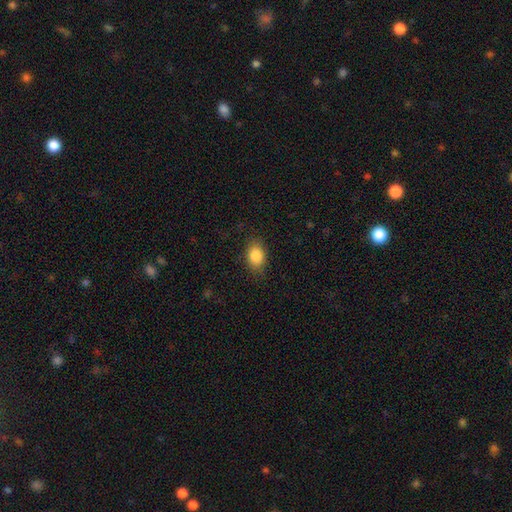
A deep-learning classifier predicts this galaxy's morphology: Q: Smooth or featured?
A: smooth (86%); runner-up: star or artifact (8%)
Q: How rounded?
A: in between (74%); runner-up: round (25%)
Q: Merging?
A: none (83%); runner-up: minor disturbance (12%)